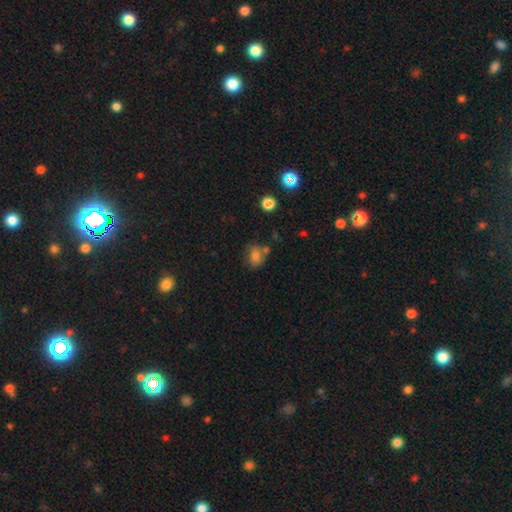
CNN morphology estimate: smooth-or-featured: smooth: 75% | star or artifact: 13% | featured or disk: 12%
  how-rounded: in between: 58% | round: 41% | cigar-shaped: 1%
  merging: none: 53% | minor disturbance: 20% | merger: 20% | major disturbance: 7%